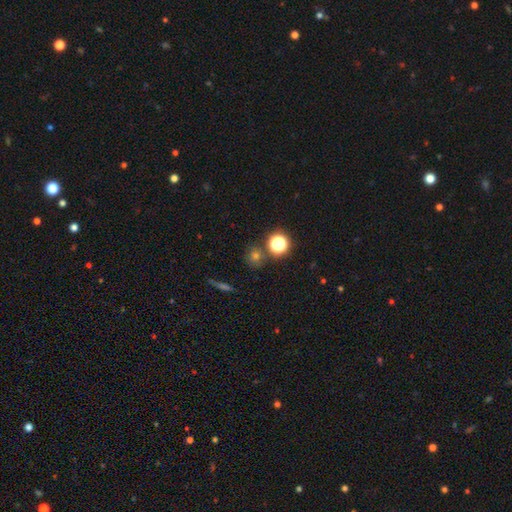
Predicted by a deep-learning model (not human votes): A smooth galaxy with no disk features (63%) that is round (89%). Merging: none (80%).